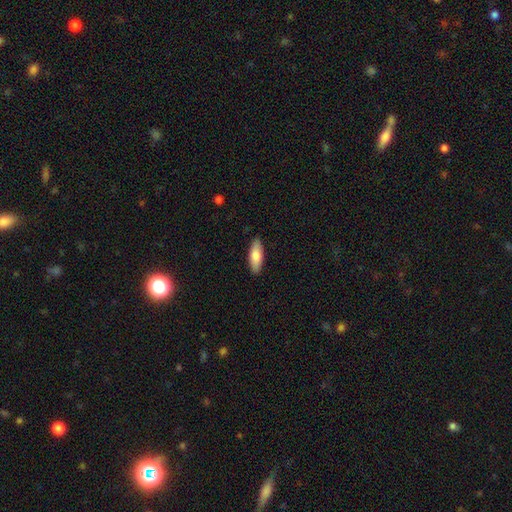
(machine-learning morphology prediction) Smooth or featured: smooth — 79% (featured or disk — 15%)
How rounded: in between — 65% (cigar-shaped — 33%)
Merging: none — 88% (minor disturbance — 9%)